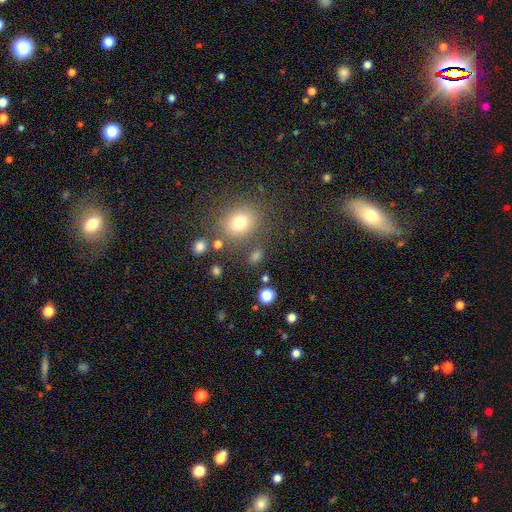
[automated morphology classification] Smooth or featured? smooth (72%)
How rounded? round (53%)
Merging? none (75%)